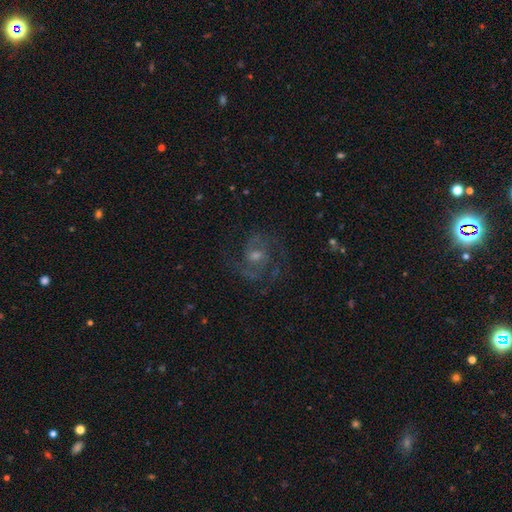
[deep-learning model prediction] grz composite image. It shows a featured or disk galaxy (81%) with no bar (51%), 2 (74%) medium (56%) spiral arms (95%) and a moderate central bulge (52%). Merging: none (73%).